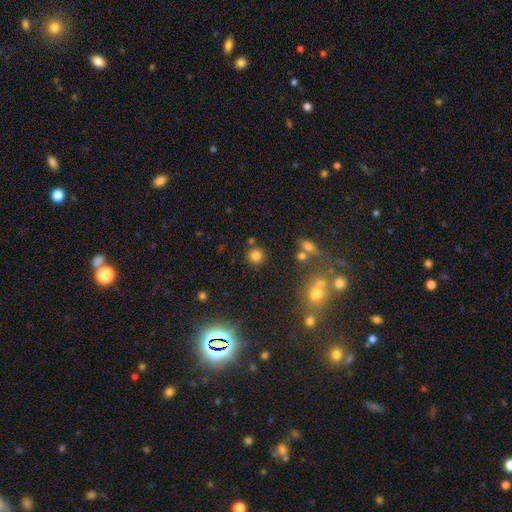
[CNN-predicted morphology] This is likely a smooth galaxy (78%). How rounded: clearly round (92%). Merging: clearly none (81%).